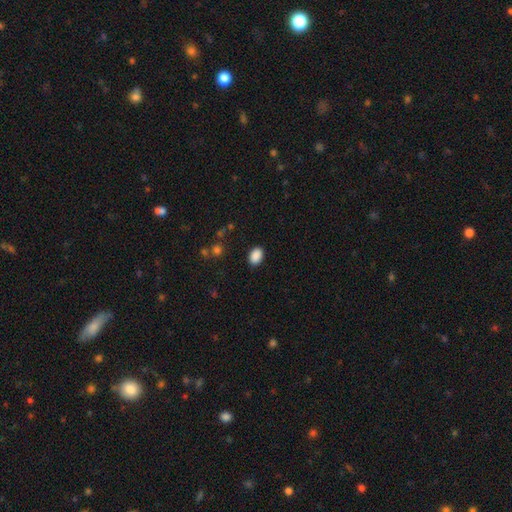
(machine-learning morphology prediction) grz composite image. It shows a smooth galaxy with no disk features (89%) that is in between round and cigar-shaped (84%). Merging: none (87%).